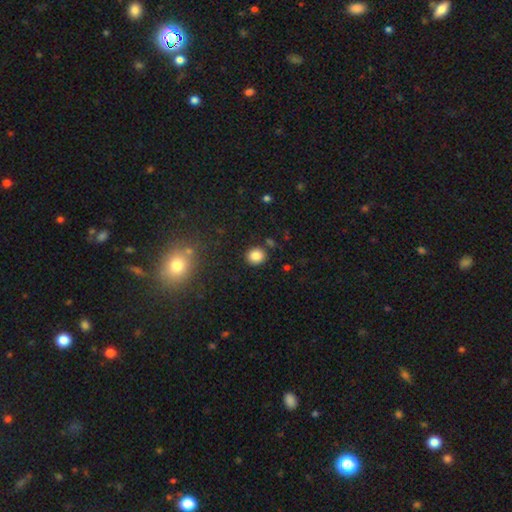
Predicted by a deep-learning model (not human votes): A smooth galaxy with no disk features (85%) that is round (80%).

Vote fractions:
- Smooth or featured? smooth: 85% / star or artifact: 11% / featured or disk: 5%
- How rounded? round: 80% / in between: 19% / cigar-shaped: 1%
- Merging? none: 86% / minor disturbance: 8% / merger: 4% / major disturbance: 2%